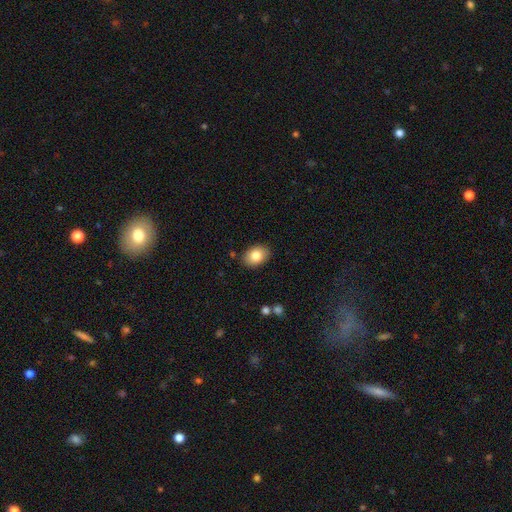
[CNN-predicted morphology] Smooth or featured?
  - smooth: 81% *
  - featured or disk: 11%
  - star or artifact: 8%
How rounded?
  - in between: 80% *
  - round: 19%
  - cigar-shaped: 1%
Merging?
  - none: 88% *
  - minor disturbance: 9%
  - major disturbance: 2%
  - merger: 1%